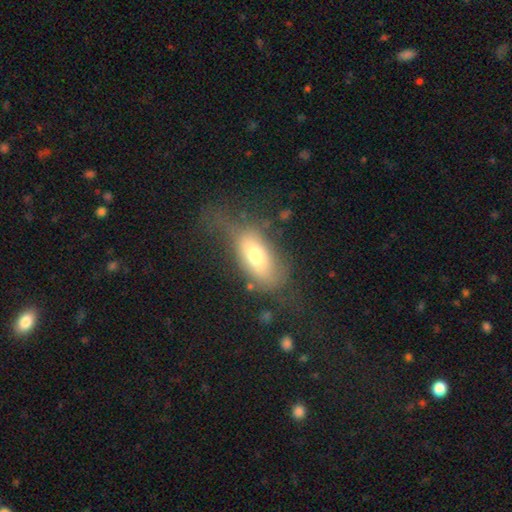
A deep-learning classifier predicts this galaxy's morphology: Smooth or featured? smooth (66%)
How rounded? in between (86%)
Merging? none (40%)